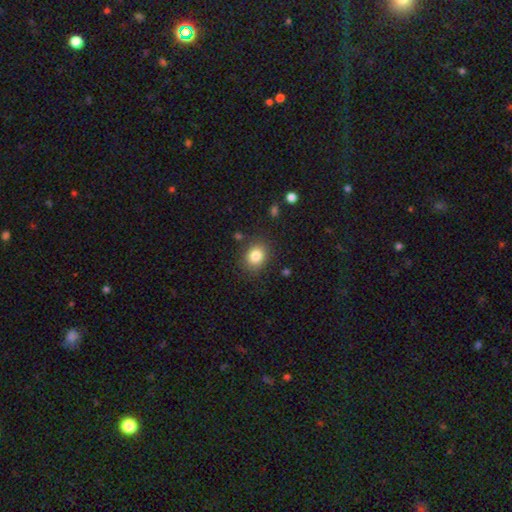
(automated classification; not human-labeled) A smooth galaxy with no disk features (83%) that is round (54%). Merging: none (84%).